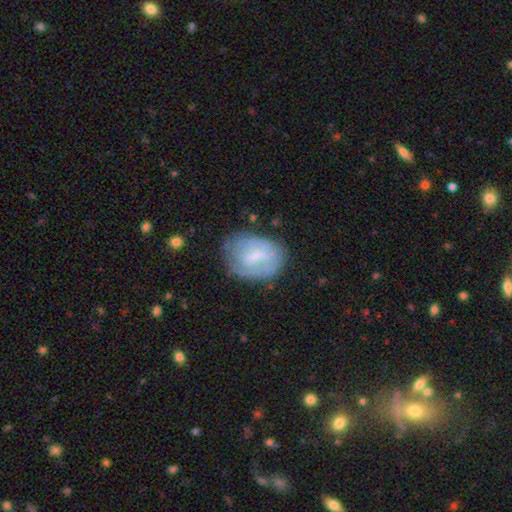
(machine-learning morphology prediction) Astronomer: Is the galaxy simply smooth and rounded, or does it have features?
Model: featured or disk — 49% (runner-up: smooth, 43%).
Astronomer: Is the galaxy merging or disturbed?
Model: none — 64%.